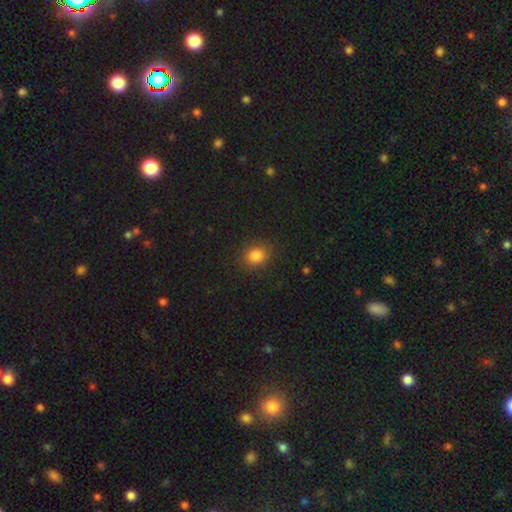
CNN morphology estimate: Q: Smooth or featured?
A: smooth (84%); runner-up: star or artifact (11%)
Q: How rounded?
A: round (63%); runner-up: in between (36%)
Q: Merging?
A: none (85%); runner-up: minor disturbance (11%)